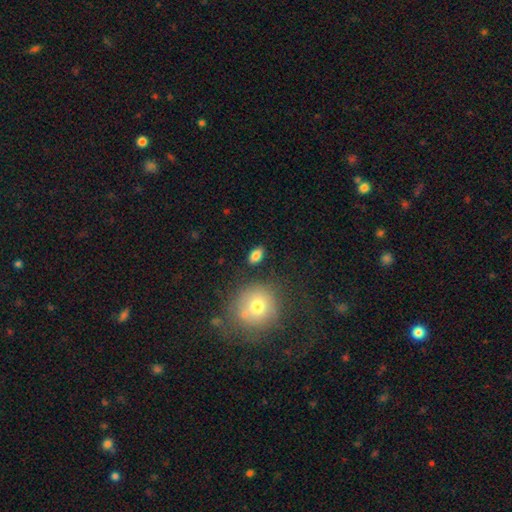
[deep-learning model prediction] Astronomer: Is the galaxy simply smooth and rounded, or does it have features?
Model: smooth — 83%.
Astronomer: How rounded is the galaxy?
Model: in between — 87%.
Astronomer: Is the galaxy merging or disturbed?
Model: none — 84%.